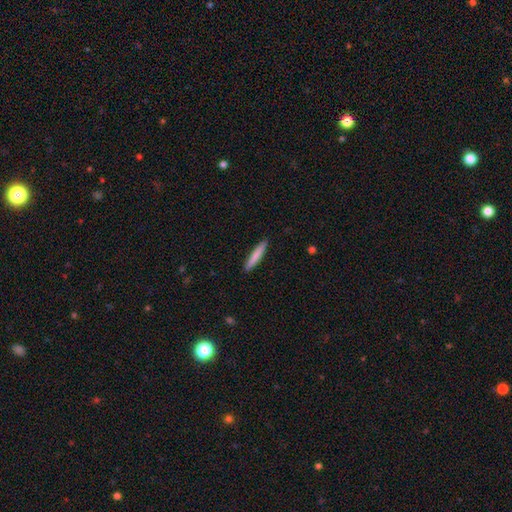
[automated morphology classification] A smooth galaxy with no disk features (80%) that is cigar-shaped (93%). Merging: none (91%).